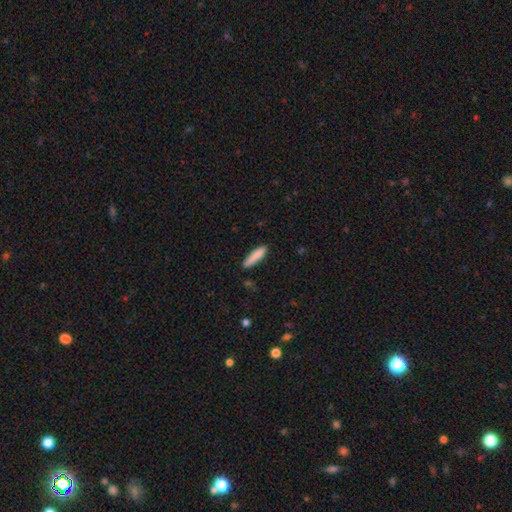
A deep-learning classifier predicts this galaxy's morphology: Smooth or featured: smooth — 85% (featured or disk — 8%)
How rounded: cigar-shaped — 79% (in between — 20%)
Merging: none — 82% (minor disturbance — 14%)